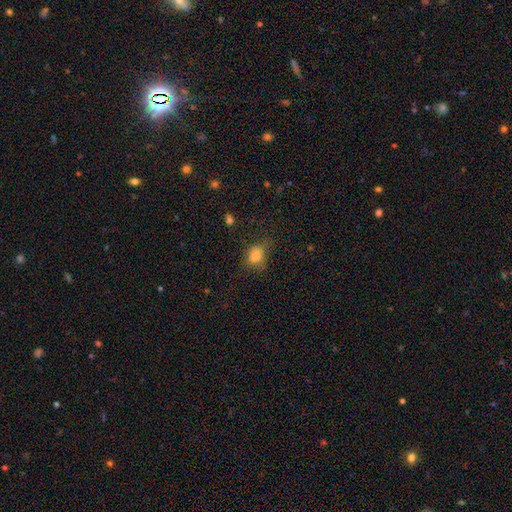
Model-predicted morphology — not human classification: type=smooth (78%); roundness=in between (53%); merging=none (58%).